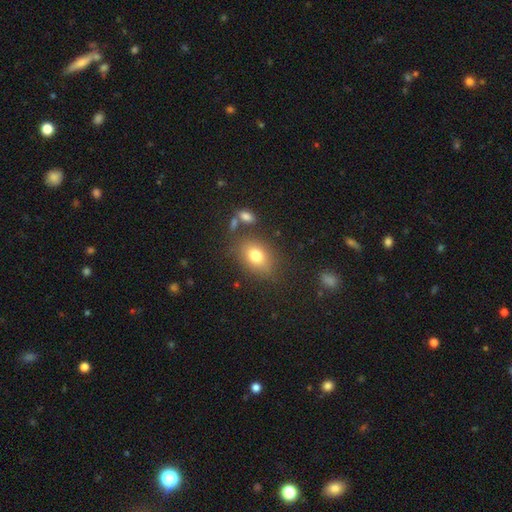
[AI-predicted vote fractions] This appears to be a smooth galaxy with no disk features (78%) that is in between round and cigar-shaped (74%). Merging: none (75%).